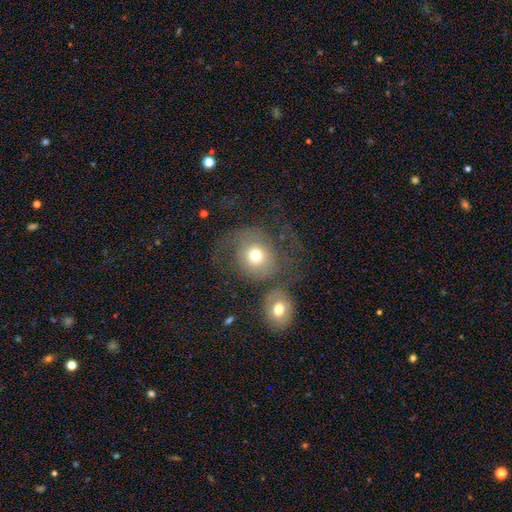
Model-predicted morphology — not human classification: The model was most divided on "merging": none: 34%, major disturbance: 26%, merger: 26%, minor disturbance: 15%. More confident: how rounded — round (79%); smooth or featured — smooth (57%).